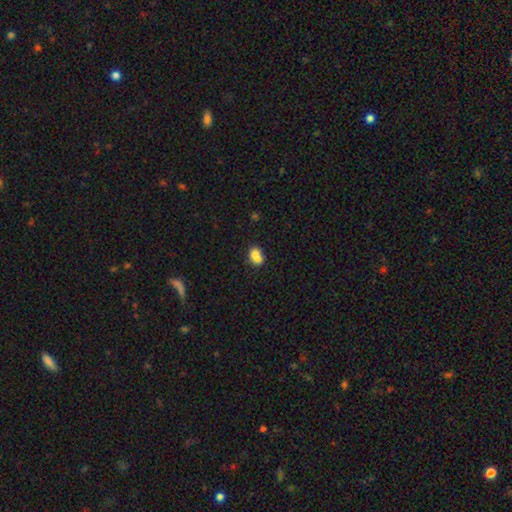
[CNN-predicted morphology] This appears to be a smooth galaxy with no disk features (74%) that is in between round and cigar-shaped (56%). Merging: merger (52%).